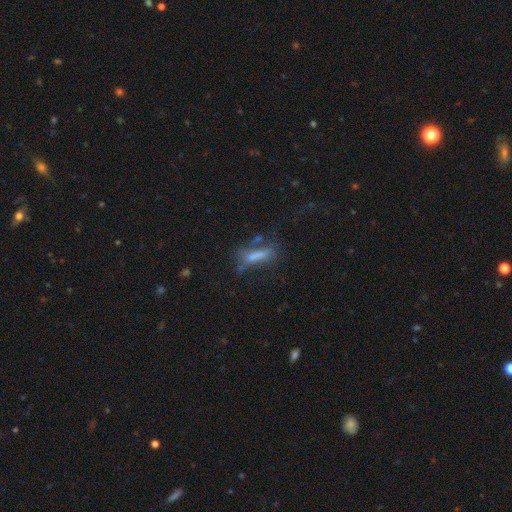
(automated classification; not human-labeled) smooth 47%, featured or disk 34%, star or artifact 19%. Down the decision tree: merging — none (47%).